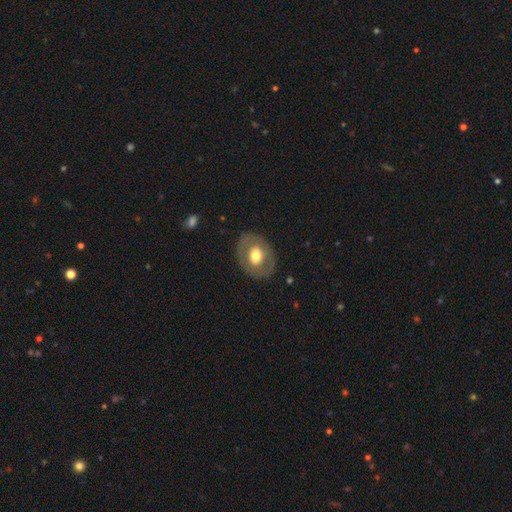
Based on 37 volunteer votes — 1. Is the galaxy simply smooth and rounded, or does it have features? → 62% smooth, 32% featured or disk, 5% star or artifact.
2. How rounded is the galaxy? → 78% in between, 22% round, 0% cigar-shaped.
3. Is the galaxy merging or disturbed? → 63% none, 29% minor disturbance, 9% major disturbance, 0% merger.